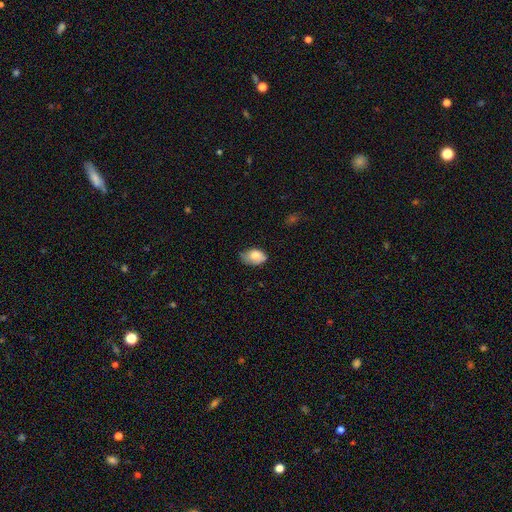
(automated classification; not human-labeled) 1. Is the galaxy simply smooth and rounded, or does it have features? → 78% smooth, 15% featured or disk, 7% star or artifact.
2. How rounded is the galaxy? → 87% in between, 12% round, 1% cigar-shaped.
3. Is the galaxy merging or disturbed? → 49% none, 39% minor disturbance, 10% major disturbance, 2% merger.